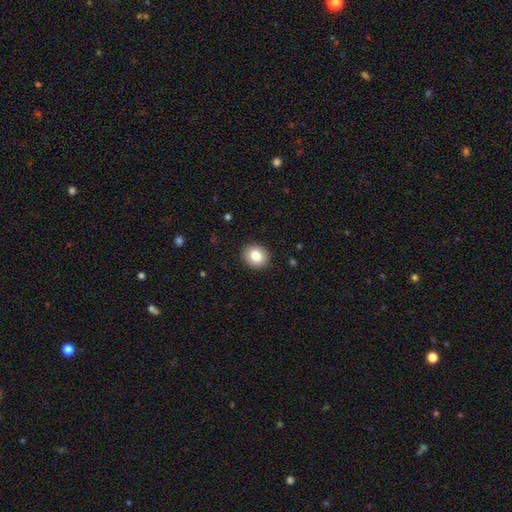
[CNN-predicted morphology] Smooth or featured: smooth — 82% (featured or disk — 9%)
How rounded: round — 73% (in between — 27%)
Merging: none — 91% (minor disturbance — 6%)